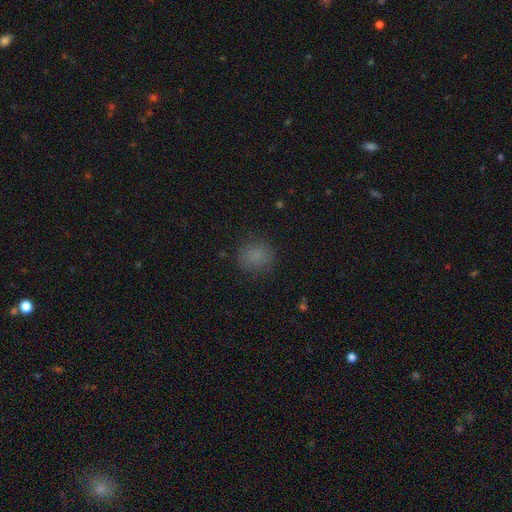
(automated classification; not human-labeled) smooth_or_featured: smooth (p=0.81) [alt: star or artifact p=0.14]
how_rounded: round (p=0.81) [alt: in between p=0.18]
merging: none (p=0.82) [alt: minor disturbance p=0.12]